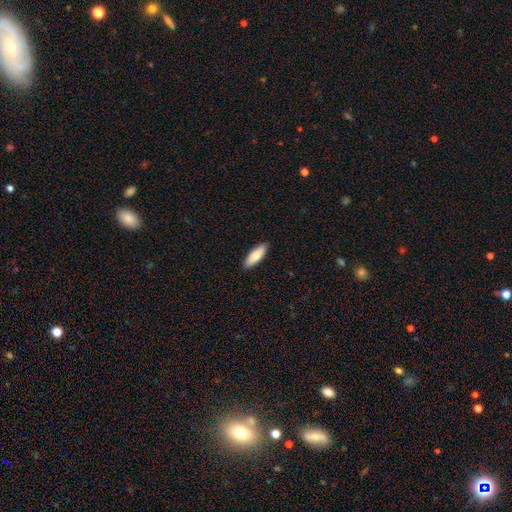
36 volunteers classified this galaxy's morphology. smooth-or-featured: smooth: 78% | featured or disk: 19% | star or artifact: 3%
  how-rounded: in between: 64% | cigar-shaped: 36% | round: 0%
  merging: none: 91% | minor disturbance: 9% | major disturbance: 0% | merger: 0%